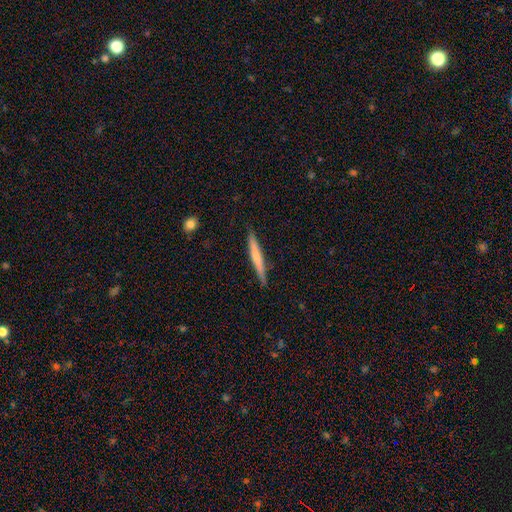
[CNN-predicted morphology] This appears to be a smooth galaxy with no disk features (54%) that is cigar-shaped (96%). Merging: none (90%).